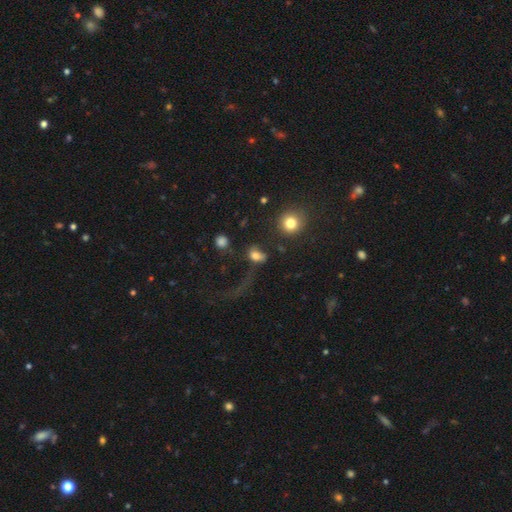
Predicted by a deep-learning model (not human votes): smooth-or-featured: smooth: 69% | featured or disk: 19% | star or artifact: 13%
  how-rounded: in between: 64% | round: 32% | cigar-shaped: 3%
  merging: major disturbance: 39% | none: 34% | minor disturbance: 15% | merger: 12%